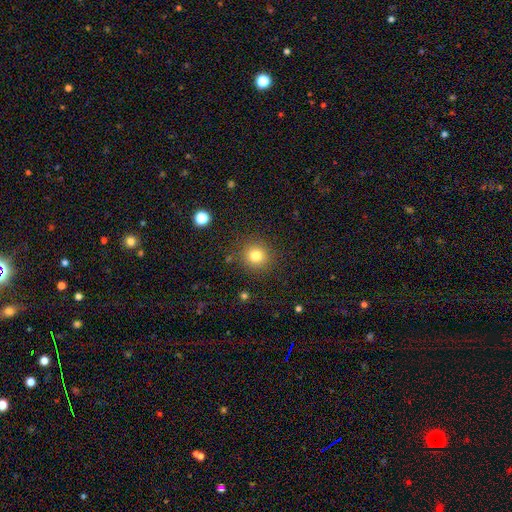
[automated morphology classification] Smooth or featured?
  - smooth: 80% *
  - star or artifact: 13%
  - featured or disk: 7%
How rounded?
  - round: 92% *
  - in between: 7%
  - cigar-shaped: 1%
Merging?
  - none: 88% *
  - minor disturbance: 7%
  - major disturbance: 3%
  - merger: 2%